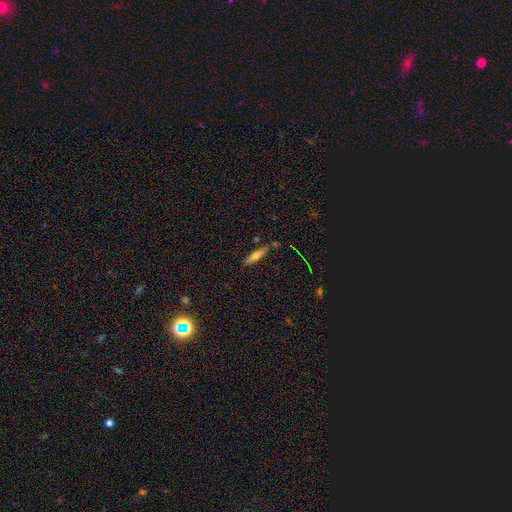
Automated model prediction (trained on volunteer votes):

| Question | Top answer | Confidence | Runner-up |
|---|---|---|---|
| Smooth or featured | smooth | 65% | featured or disk (25%) |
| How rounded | cigar-shaped | 76% | in between (22%) |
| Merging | none | 77% | minor disturbance (15%) |